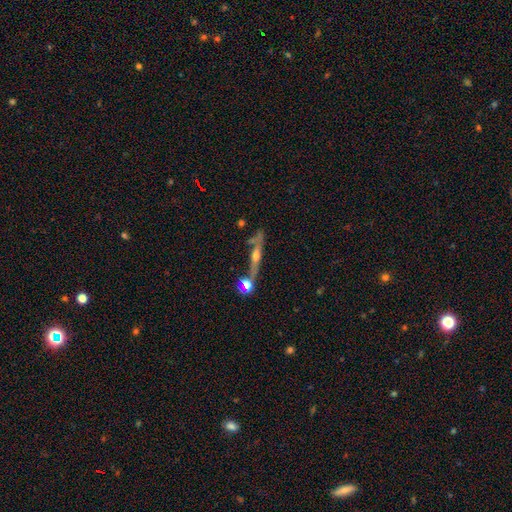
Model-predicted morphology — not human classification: Overall: featured or disk (75%). Edge-on disk: yes (89%). Edge-on bulge: rounded (89%). Merging: none (63%).